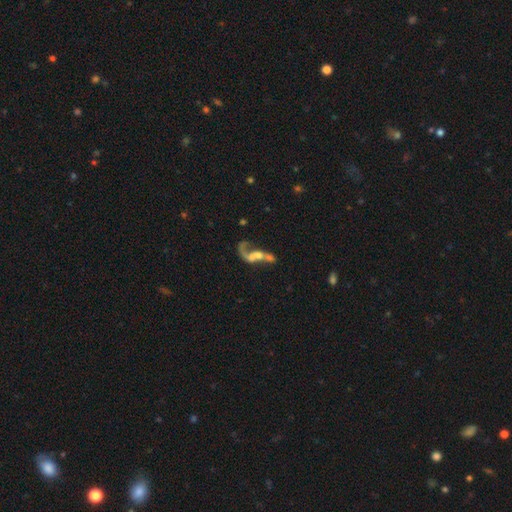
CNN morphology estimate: This appears to be a featured or disk galaxy (61%) with no bar (70%), spiral arms (54%) and no central bulge (32%). Merging: merger (54%).